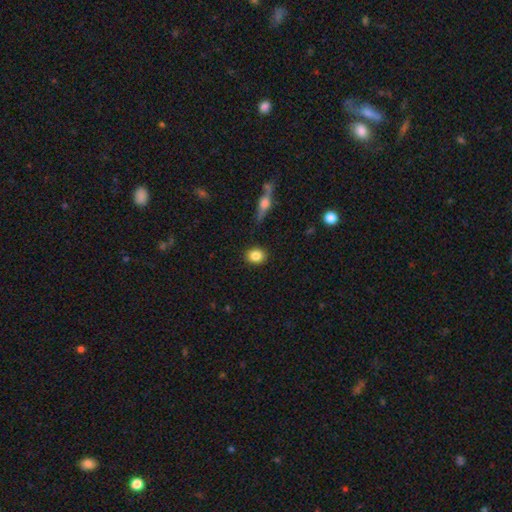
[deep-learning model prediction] This is clearly a smooth galaxy (84%). How rounded: possibly round (57%). Merging: clearly none (88%).